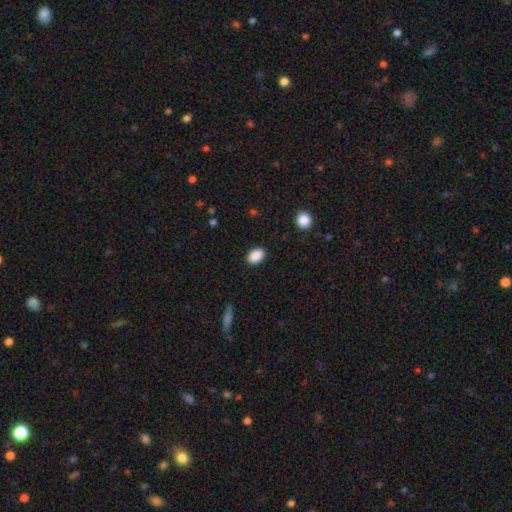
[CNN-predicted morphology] smooth-or-featured: smooth: 89% | star or artifact: 8% | featured or disk: 3%
  how-rounded: in between: 82% | round: 17% | cigar-shaped: 1%
  merging: none: 88% | minor disturbance: 8% | major disturbance: 2% | merger: 1%